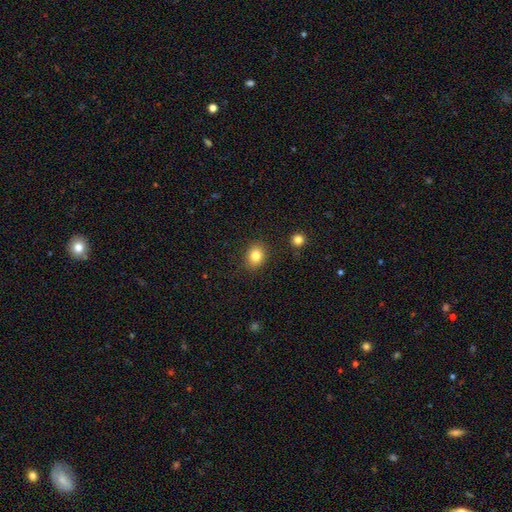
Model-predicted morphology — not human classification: smooth 82%, star or artifact 11%, featured or disk 7%. Down the decision tree: how rounded — round (58%); merging — none (87%).